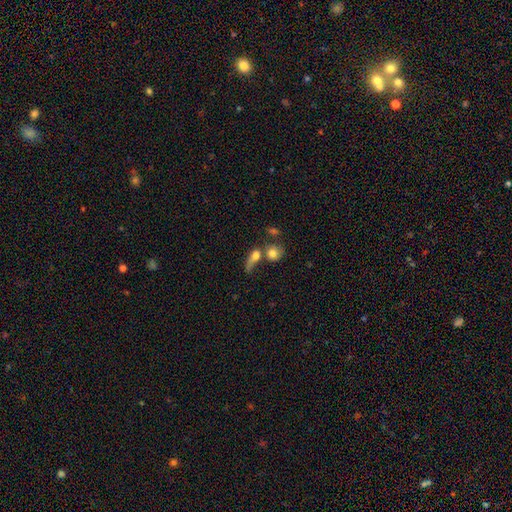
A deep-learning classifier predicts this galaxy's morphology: The model was most divided on "how rounded": in between: 44%, round: 43%, cigar-shaped: 13%. Remaining: smooth or featured — smooth (67%); merging — merger (48%).